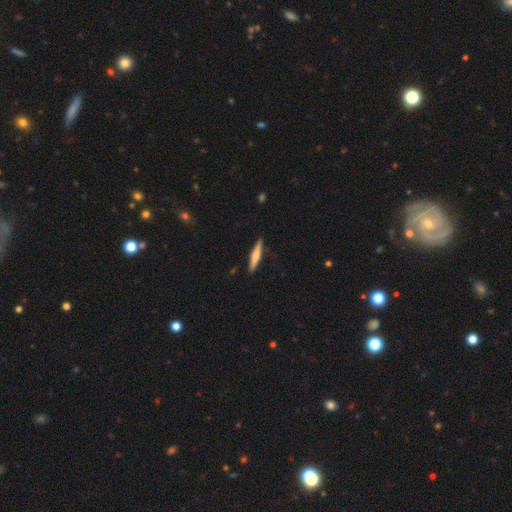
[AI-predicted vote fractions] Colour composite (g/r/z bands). It shows a featured or disk galaxy (49%). Merging: none (89%).